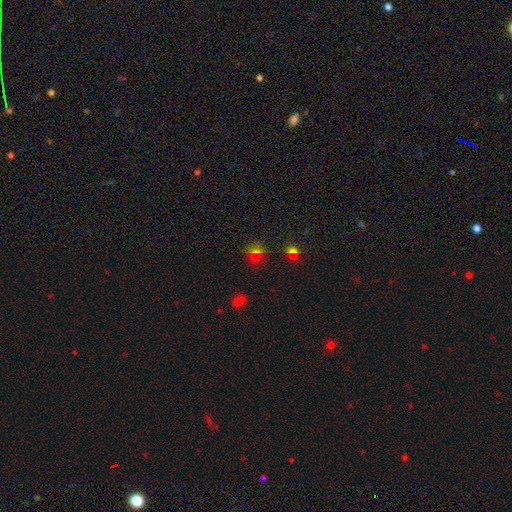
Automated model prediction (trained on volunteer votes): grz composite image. It shows a smooth galaxy with no disk features (51%) that is round (75%). Merging: none (73%).